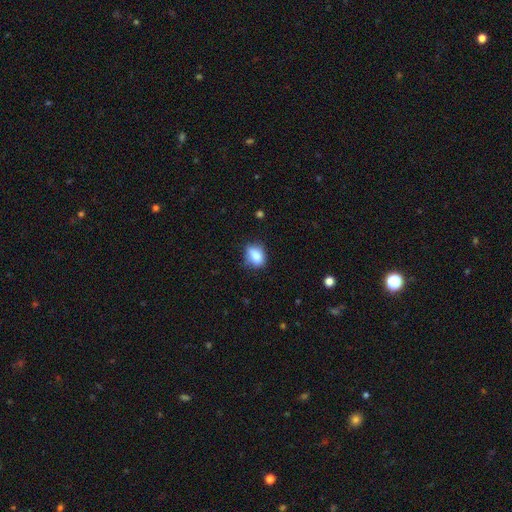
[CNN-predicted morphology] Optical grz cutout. It shows a smooth galaxy with no disk features (83%) that is in between round and cigar-shaped (68%). Merging: none (65%).